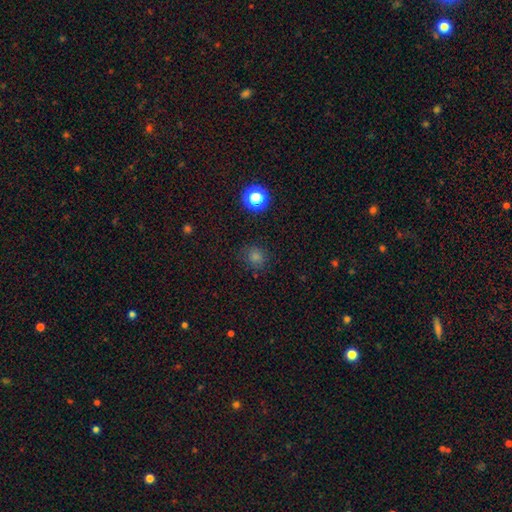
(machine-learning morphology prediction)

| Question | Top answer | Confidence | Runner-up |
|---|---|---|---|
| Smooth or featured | smooth | 71% | star or artifact (24%) |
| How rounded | round | 87% | in between (12%) |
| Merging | none | 86% | minor disturbance (10%) |